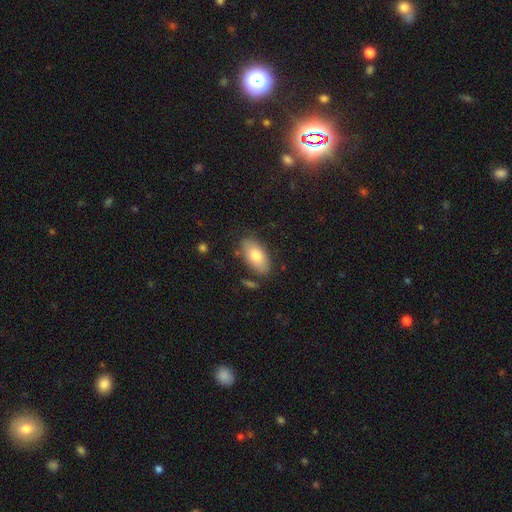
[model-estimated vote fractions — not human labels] smooth_or_featured: smooth (p=0.77) [alt: featured or disk p=0.16]
how_rounded: in between (p=0.93) [alt: cigar-shaped p=0.04]
merging: none (p=0.80) [alt: minor disturbance p=0.14]